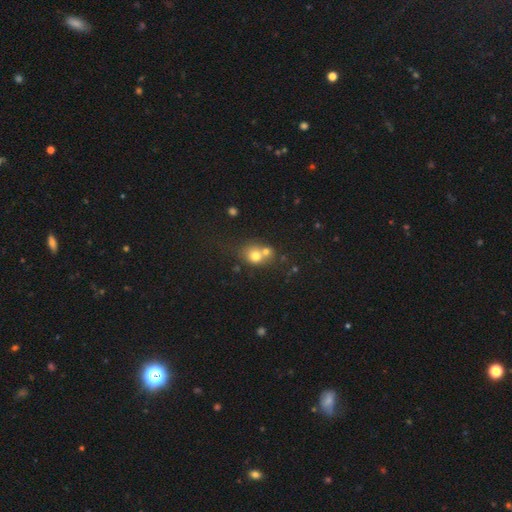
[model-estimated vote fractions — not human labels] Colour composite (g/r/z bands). It shows a smooth galaxy with no disk features (72%) that is round (73%). Merging: merger (49%).